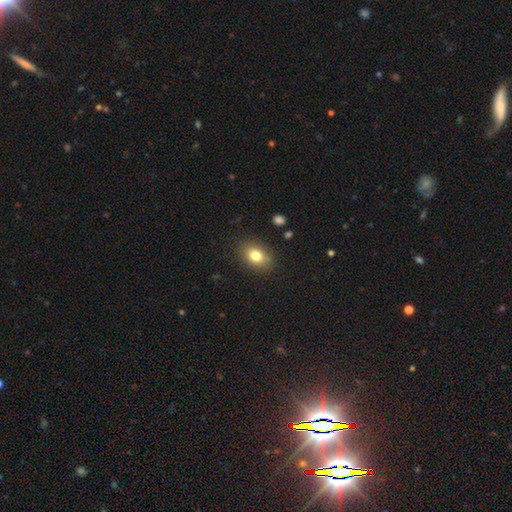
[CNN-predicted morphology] Overall: smooth (80%). How rounded: in between (74%). Merging: none (85%).